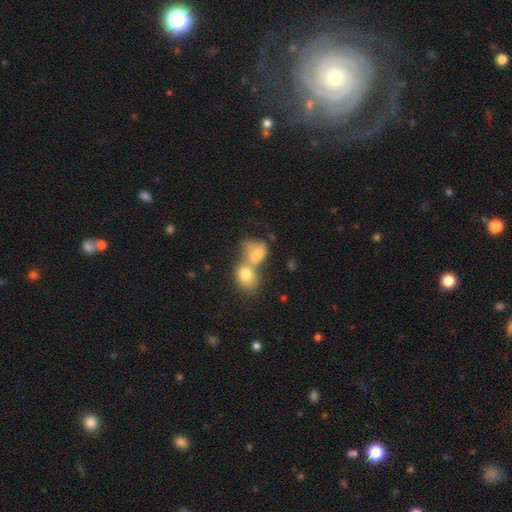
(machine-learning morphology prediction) smooth 66%, featured or disk 20%, star or artifact 13%. Down the decision tree: how rounded — in between (56%); merging — merger (66%).